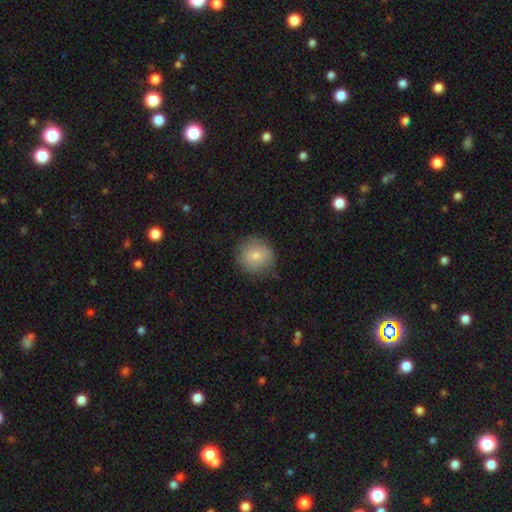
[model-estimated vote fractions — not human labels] The model was most divided on "smooth or featured": smooth: 76%, featured or disk: 16%, star or artifact: 8%. More confident: how rounded — round (89%); merging — none (78%).